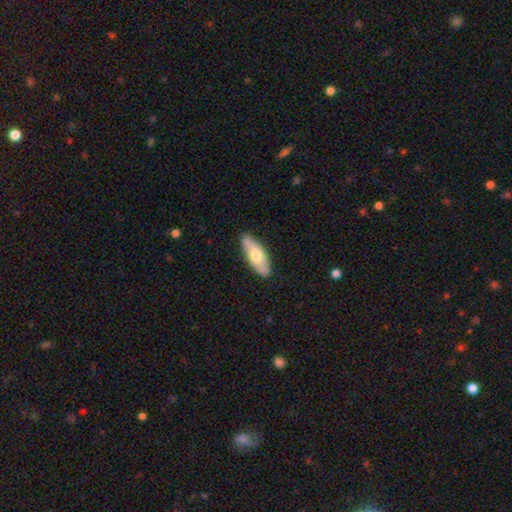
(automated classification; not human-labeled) A smooth galaxy with no disk features (60%) that is in between round and cigar-shaped (71%). Merging: none (86%).